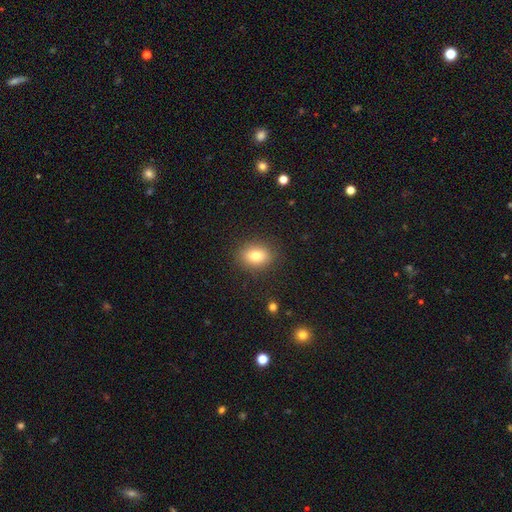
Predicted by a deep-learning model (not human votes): The model was most divided on "how rounded": in between: 55%, round: 44%, cigar-shaped: 1%. More confident: merging — none (88%); smooth or featured — smooth (80%).